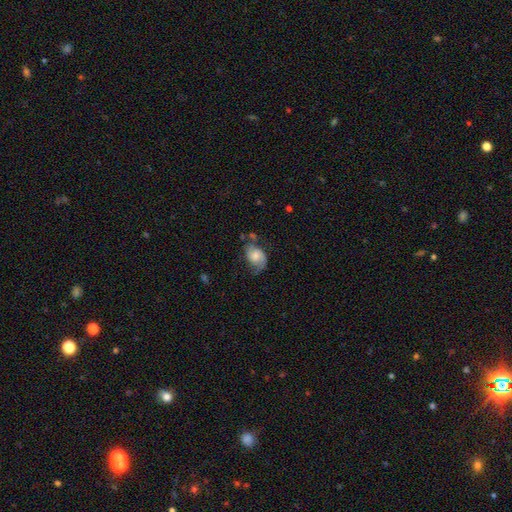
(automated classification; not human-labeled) smooth-or-featured: featured or disk: 59% | smooth: 33% | star or artifact: 8%
  disk-edge-on: no: 97% | yes: 3%
    bar: no: 69% | weak: 27% | strong: 4%
    has-spiral-arms: yes: 89% | no: 11%
      spiral-winding: medium: 40% | loose: 39% | tight: 21%
      spiral-arm-count: 2: 70% | 1: 20% | can't tell: 7% | 3: 1% | 4: 1% | more than 4: 1%
    bulge-size: moderate: 48% | small: 30% | large: 13% | none: 7% | dominant: 2%
  merging: none: 47% | minor disturbance: 29% | major disturbance: 18% | merger: 5%